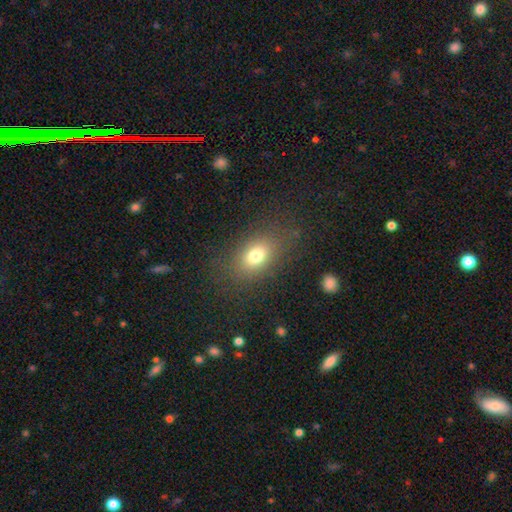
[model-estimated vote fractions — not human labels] smooth 74%, featured or disk 13%, star or artifact 13%. Down the decision tree: how rounded — in between (78%); merging — none (81%).